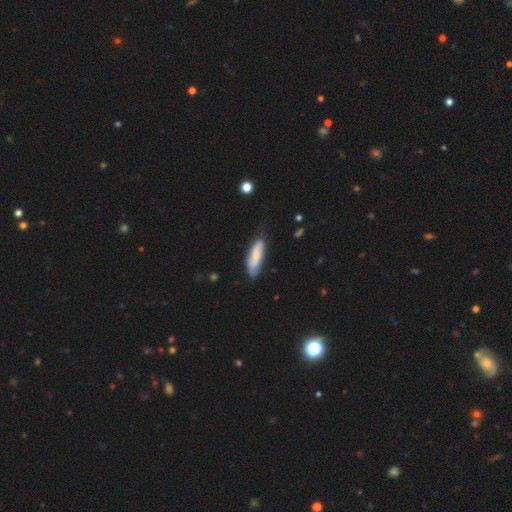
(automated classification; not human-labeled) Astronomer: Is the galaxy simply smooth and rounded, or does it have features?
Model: smooth — 55% (runner-up: featured or disk, 39%).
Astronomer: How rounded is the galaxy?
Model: cigar-shaped — 49%, tied with in between at 49%.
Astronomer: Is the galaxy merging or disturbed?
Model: none — 62%.